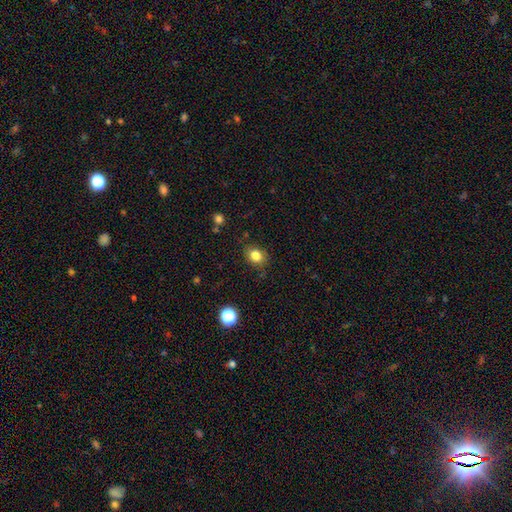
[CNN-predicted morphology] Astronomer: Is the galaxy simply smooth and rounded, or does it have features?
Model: smooth — 83%.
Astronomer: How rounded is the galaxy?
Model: in between — 50% (runner-up: round, 49%).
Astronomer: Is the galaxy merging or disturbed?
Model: none — 83%.